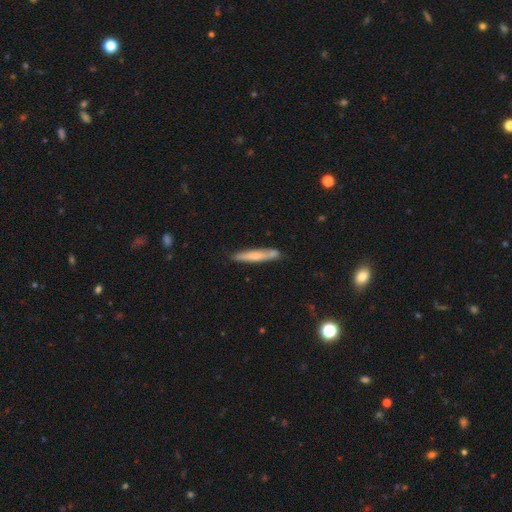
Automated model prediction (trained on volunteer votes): smooth-or-featured: smooth: 58% | featured or disk: 36% | star or artifact: 6%
  how-rounded: cigar-shaped: 93% | in between: 5% | round: 1%
  merging: none: 81% | minor disturbance: 14% | merger: 3% | major disturbance: 2%